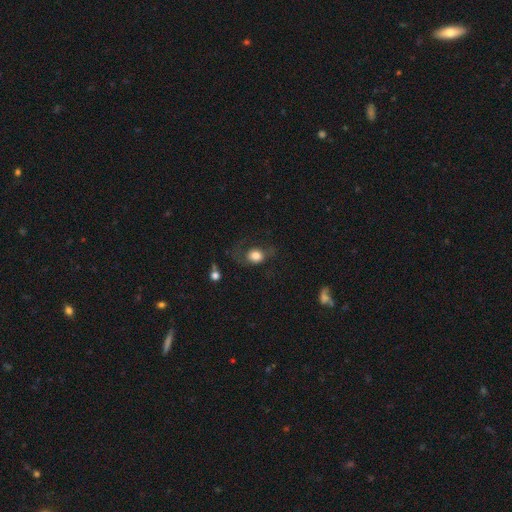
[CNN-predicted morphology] A smooth galaxy with no disk features (75%) that is round (61%). Merging: none (43%).